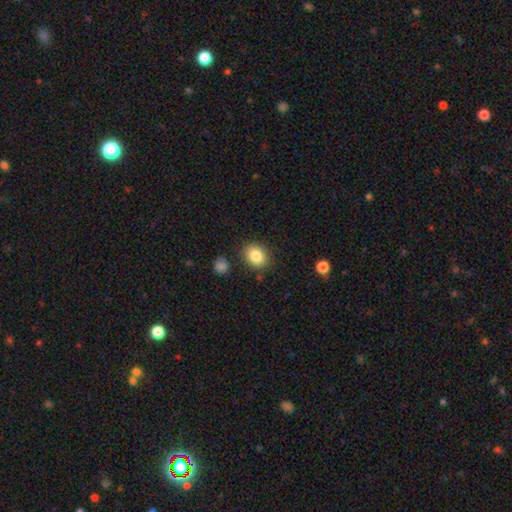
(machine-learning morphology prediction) The model was most divided on "how rounded": in between: 56%, round: 43%, cigar-shaped: 1%. More confident: smooth or featured — smooth (85%); merging — none (82%).